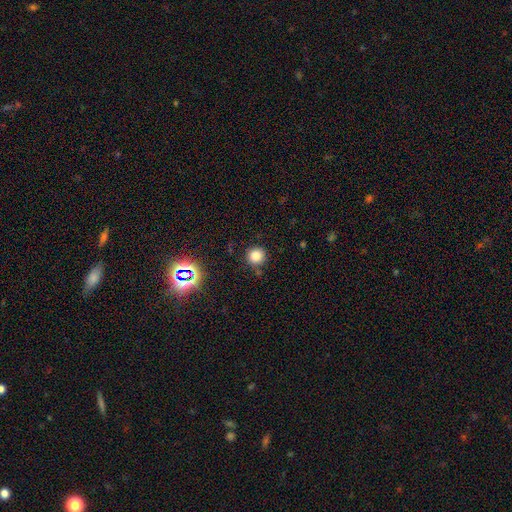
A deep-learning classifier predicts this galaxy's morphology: This is likely a smooth galaxy (79%). How rounded: clearly round (94%). Merging: clearly none (84%).